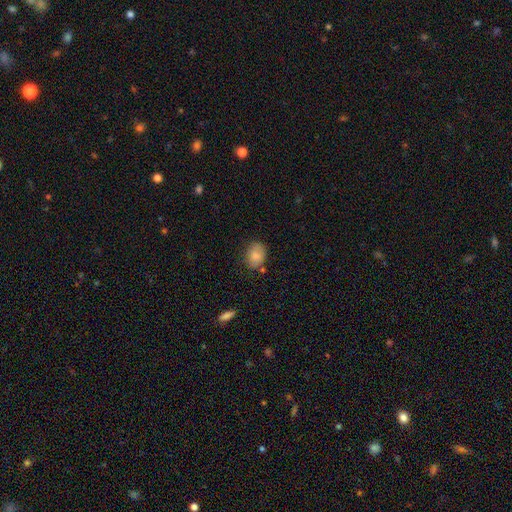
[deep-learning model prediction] The model was most divided on "how rounded": in between: 60%, round: 39%, cigar-shaped: 1%. More confident: smooth or featured — smooth (84%); merging — none (71%).